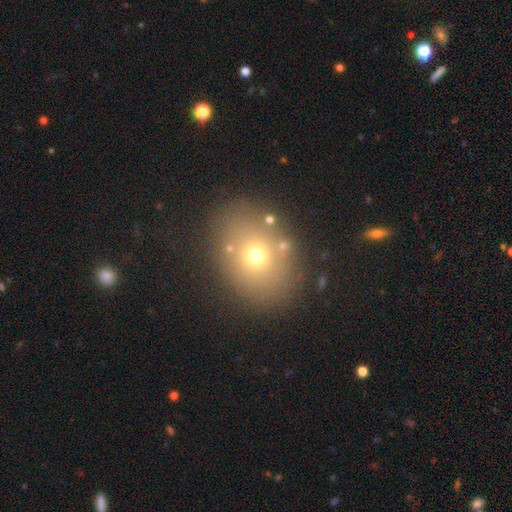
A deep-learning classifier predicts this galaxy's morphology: Smooth or featured? smooth (67%)
How rounded? in between (56%)
Merging? none (81%)